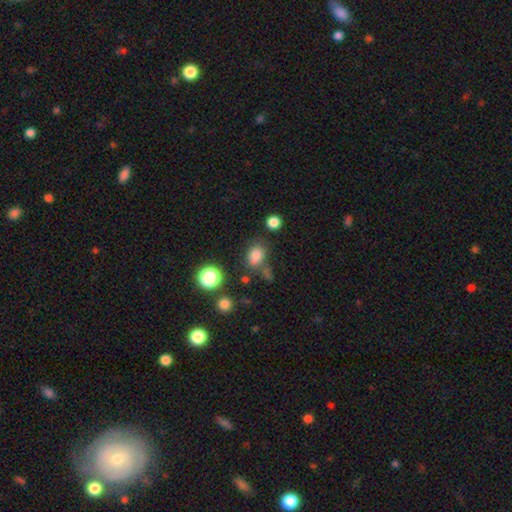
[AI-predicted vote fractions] smooth-or-featured: smooth: 79% | star or artifact: 14% | featured or disk: 7%
  how-rounded: in between: 67% | round: 32% | cigar-shaped: 1%
  merging: none: 64% | minor disturbance: 17% | merger: 11% | major disturbance: 7%